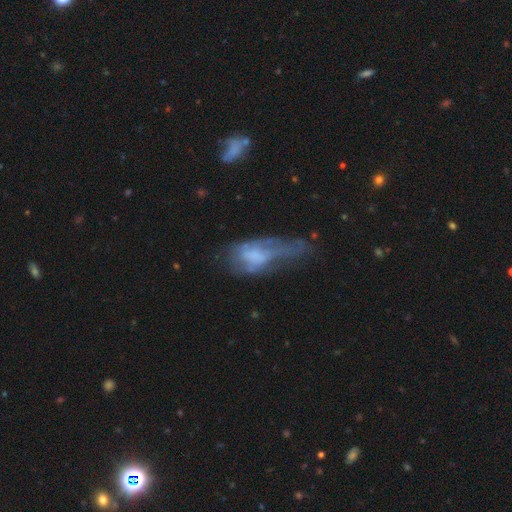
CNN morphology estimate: smooth_or_featured: featured or disk (p=0.48) [alt: smooth p=0.41]
merging: major disturbance (p=0.47) [alt: minor disturbance p=0.25]